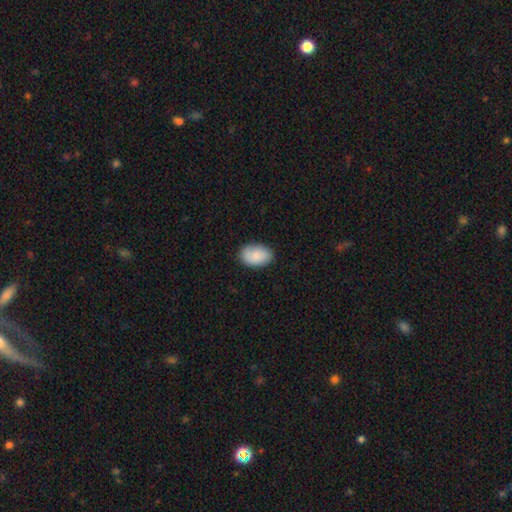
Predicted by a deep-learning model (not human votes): smooth_or_featured: smooth (p=0.87) [alt: featured or disk p=0.07]
how_rounded: in between (p=0.89) [alt: round p=0.10]
merging: none (p=0.85) [alt: minor disturbance p=0.12]